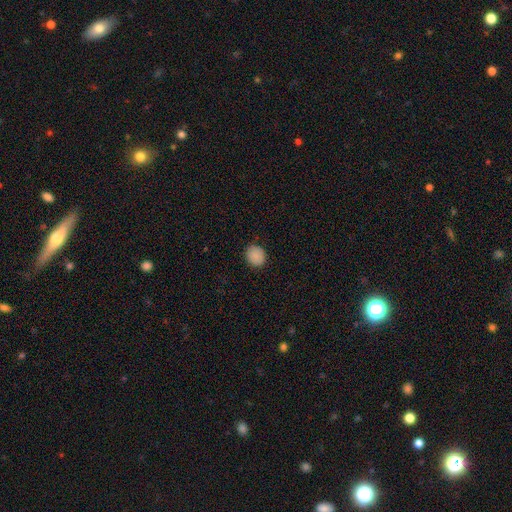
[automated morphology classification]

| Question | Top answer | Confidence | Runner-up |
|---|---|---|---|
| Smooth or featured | smooth | 88% | star or artifact (9%) |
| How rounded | round | 76% | in between (23%) |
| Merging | none | 89% | minor disturbance (8%) |